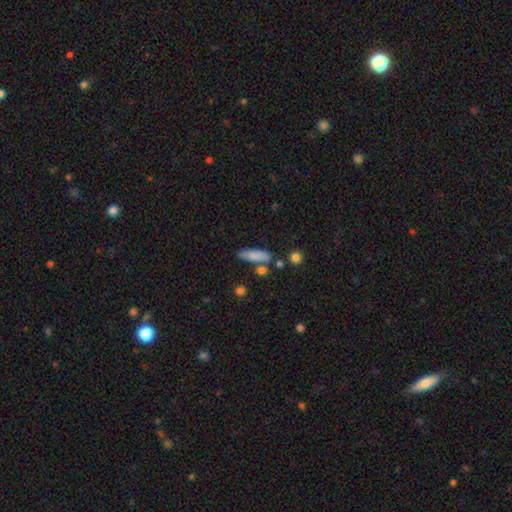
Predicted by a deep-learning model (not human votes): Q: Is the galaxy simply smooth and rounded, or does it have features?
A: smooth — 82%.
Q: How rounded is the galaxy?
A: cigar-shaped — 50%.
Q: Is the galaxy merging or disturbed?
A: none — 73%.